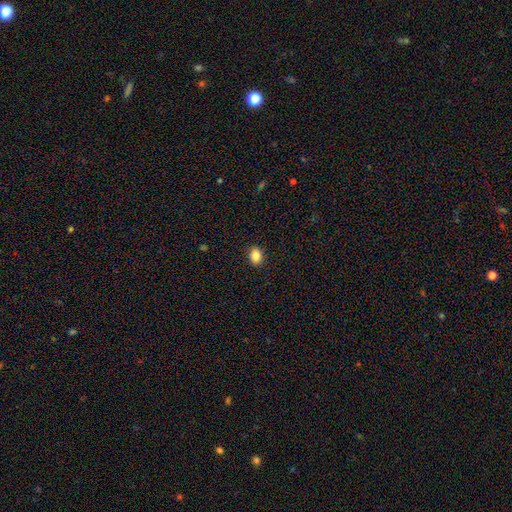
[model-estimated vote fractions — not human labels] Overall: smooth (86%). How rounded: in between (59%; round 40%). Merging: none (90%).